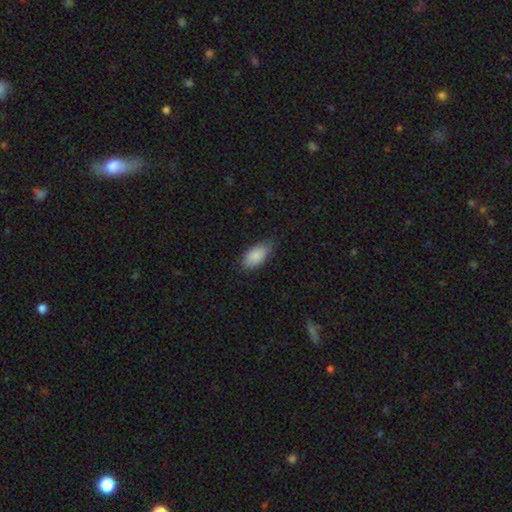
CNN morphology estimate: smooth-or-featured: smooth: 88% | star or artifact: 6% | featured or disk: 6%
  how-rounded: in between: 92% | cigar-shaped: 5% | round: 3%
  merging: none: 74% | minor disturbance: 21% | major disturbance: 4% | merger: 1%